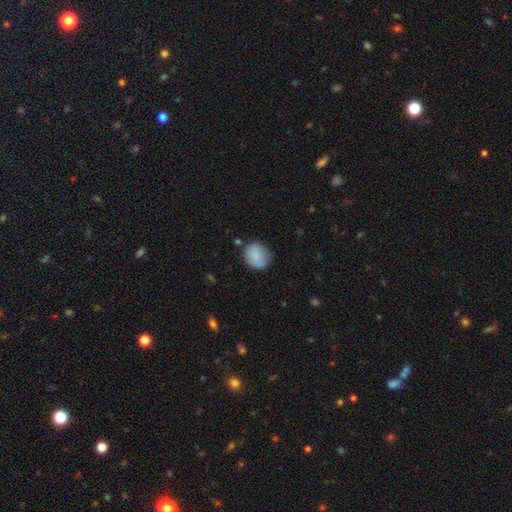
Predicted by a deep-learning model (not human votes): This appears to be a smooth galaxy with no disk features (82%) that is round (75%). Merging: none (70%).